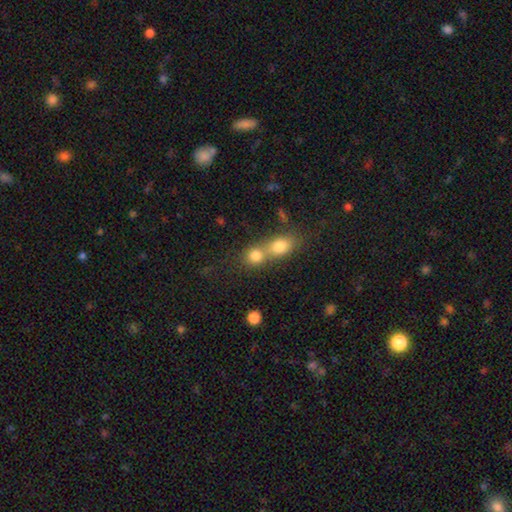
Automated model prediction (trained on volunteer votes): smooth_or_featured: smooth (p=0.79) [alt: star or artifact p=0.11]
how_rounded: round (p=0.70) [alt: in between p=0.28]
merging: merger (p=0.62) [alt: none p=0.30]